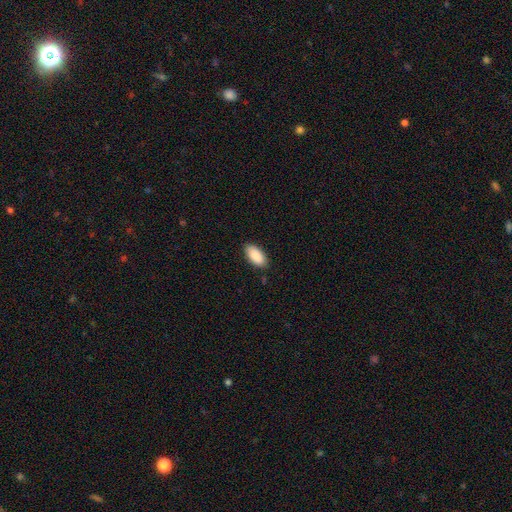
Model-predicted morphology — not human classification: smooth-or-featured: smooth: 91% | star or artifact: 6% | featured or disk: 4%
  how-rounded: in between: 94% | cigar-shaped: 5% | round: 2%
  merging: none: 87% | minor disturbance: 10% | major disturbance: 2% | merger: 1%